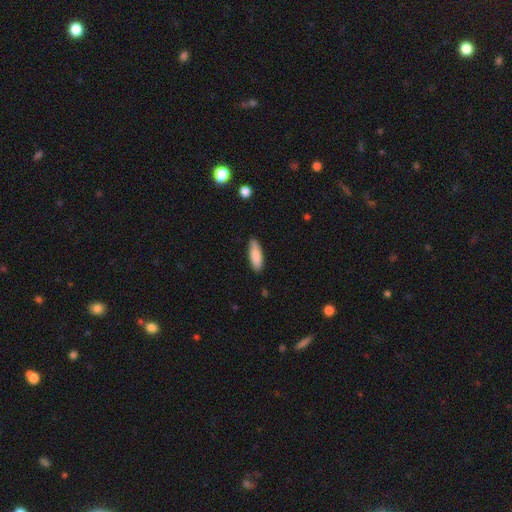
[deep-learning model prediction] smooth-or-featured: smooth: 86% | featured or disk: 8% | star or artifact: 6%
  how-rounded: in between: 57% | cigar-shaped: 42% | round: 2%
  merging: none: 82% | minor disturbance: 14% | major disturbance: 2% | merger: 1%